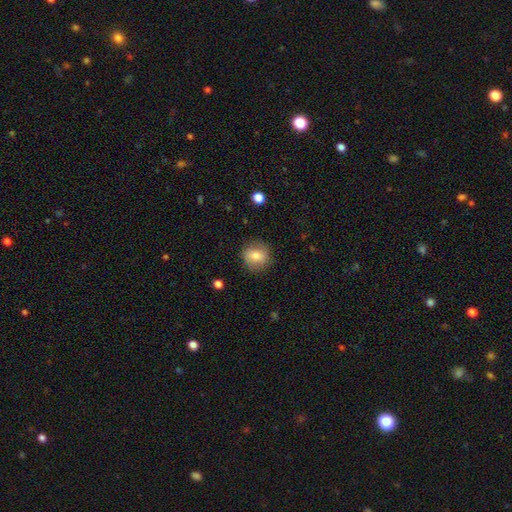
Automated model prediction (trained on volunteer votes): Smooth or featured?
  - smooth: 73% *
  - featured or disk: 18%
  - star or artifact: 9%
How rounded?
  - round: 79% *
  - in between: 20%
  - cigar-shaped: 1%
Merging?
  - none: 83% *
  - minor disturbance: 12%
  - major disturbance: 4%
  - merger: 1%